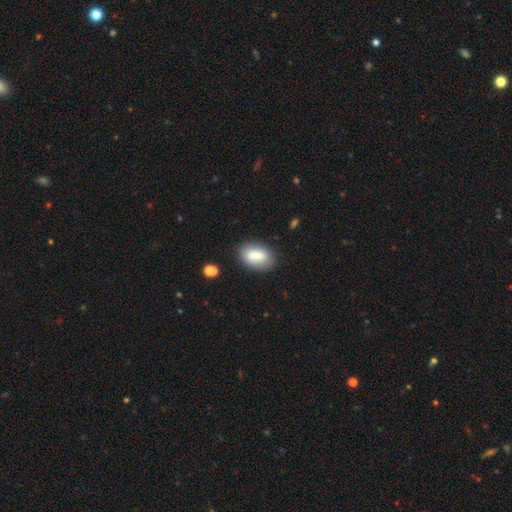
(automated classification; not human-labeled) Q: Smooth or featured?
A: smooth (79%); runner-up: featured or disk (13%)
Q: How rounded?
A: in between (88%); runner-up: round (10%)
Q: Merging?
A: none (81%); runner-up: minor disturbance (13%)